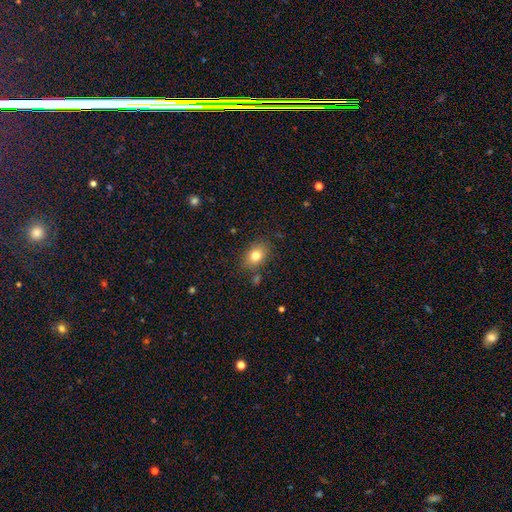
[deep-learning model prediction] Smooth or featured? Predicted: smooth (p=0.80). How rounded? Predicted: in between (p=0.69). Merging? Predicted: none (p=0.80).